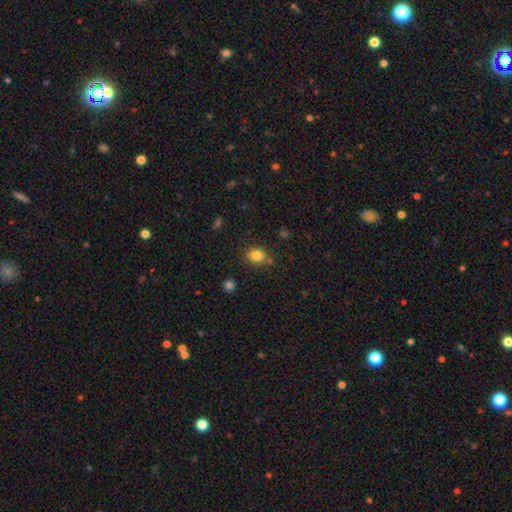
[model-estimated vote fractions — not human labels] The model was most divided on "how rounded": round: 65%, in between: 34%, cigar-shaped: 1%. More confident: smooth or featured — smooth (83%); merging — none (77%).